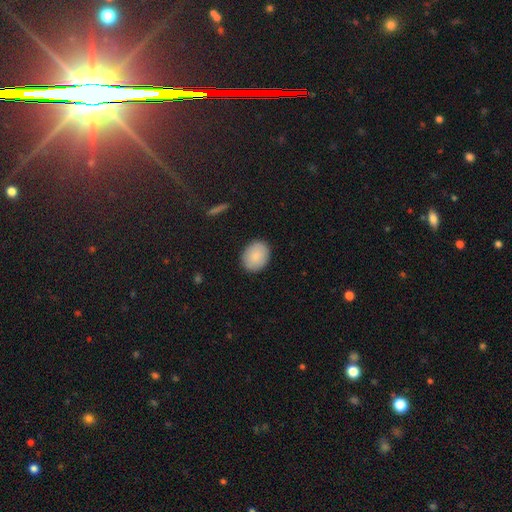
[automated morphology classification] Smooth or featured? Predicted: smooth (p=0.88). How rounded? Predicted: in between (p=0.57). Merging? Predicted: none (p=0.89).